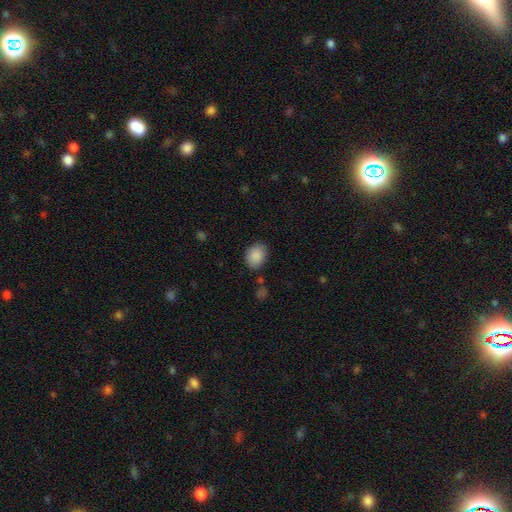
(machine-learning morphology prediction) A smooth galaxy with no disk features (89%) that is in between round and cigar-shaped (62%).

Vote fractions:
- Smooth or featured? smooth: 89% / star or artifact: 7% / featured or disk: 4%
- How rounded? in between: 62% / round: 37% / cigar-shaped: 1%
- Merging? none: 81% / minor disturbance: 13% / major disturbance: 4% / merger: 3%